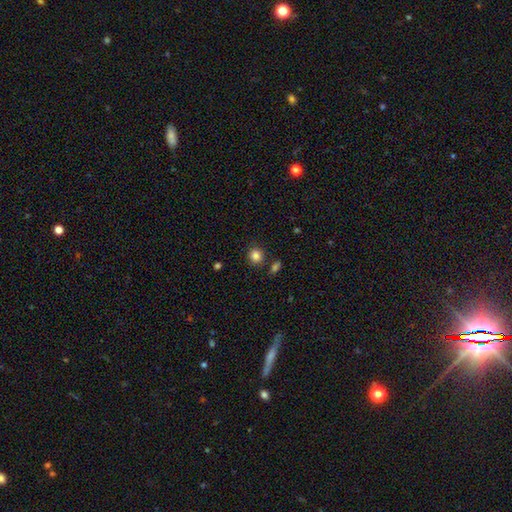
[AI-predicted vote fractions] Q: Smooth or featured?
A: smooth (85%); runner-up: star or artifact (11%)
Q: How rounded?
A: round (87%); runner-up: in between (12%)
Q: Merging?
A: none (84%); runner-up: minor disturbance (8%)